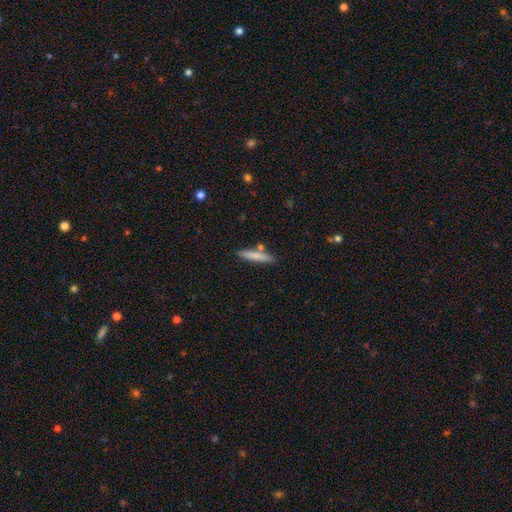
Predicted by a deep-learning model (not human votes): The model was most divided on "smooth or featured": smooth: 75%, featured or disk: 19%, star or artifact: 6%. More confident: how rounded — cigar-shaped (90%); merging — none (80%).